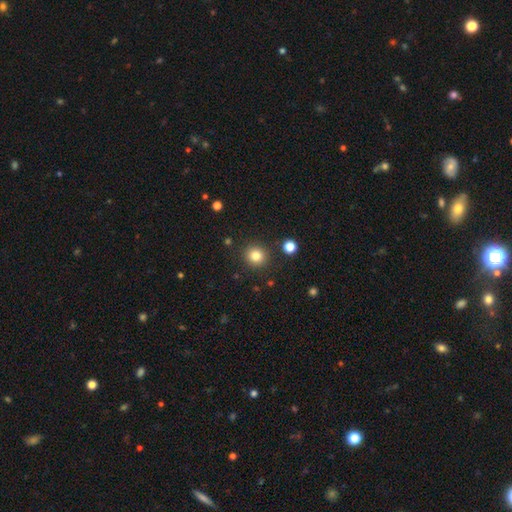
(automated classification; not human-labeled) A smooth galaxy with no disk features (82%) that is round (92%). Merging: none (89%).